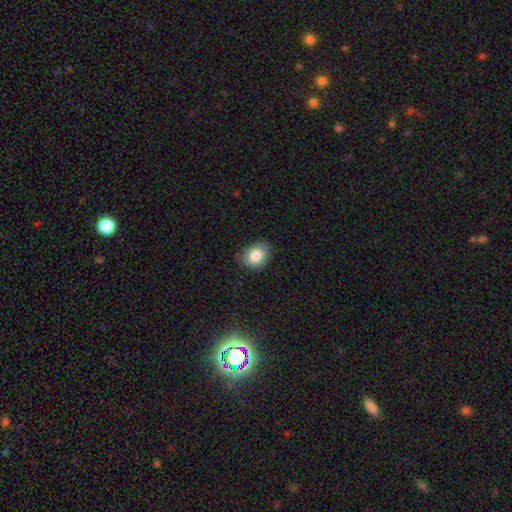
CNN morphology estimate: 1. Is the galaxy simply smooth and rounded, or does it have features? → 83% smooth, 9% featured or disk, 8% star or artifact.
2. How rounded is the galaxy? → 59% in between, 40% round, 1% cigar-shaped.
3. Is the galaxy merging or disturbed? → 70% none, 25% minor disturbance, 5% major disturbance, 1% merger.